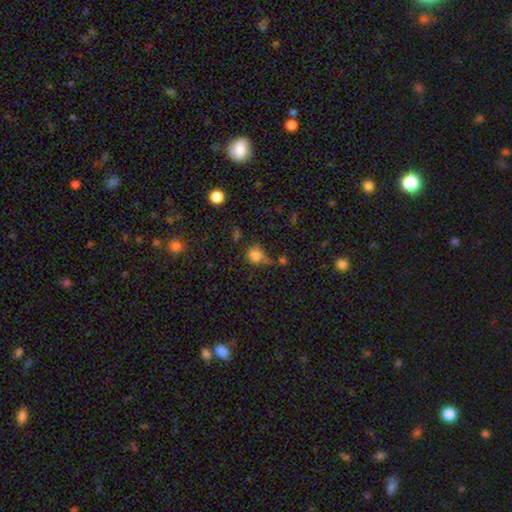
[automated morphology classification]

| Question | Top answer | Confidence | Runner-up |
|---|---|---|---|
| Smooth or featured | smooth | 76% | star or artifact (15%) |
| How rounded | round | 73% | in between (26%) |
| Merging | none | 48% | minor disturbance (26%) |